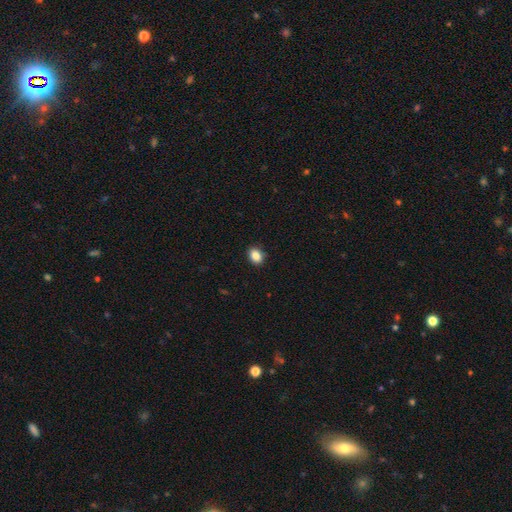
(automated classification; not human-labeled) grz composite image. It shows a smooth galaxy with no disk features (88%) that is in between round and cigar-shaped (70%). Merging: none (89%).